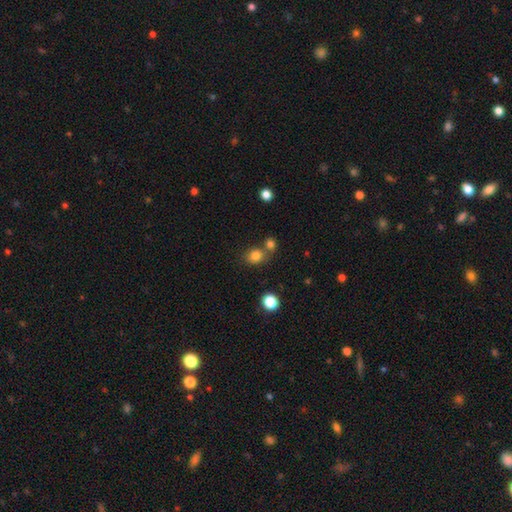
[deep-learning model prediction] A smooth galaxy with no disk features (81%) that is round (74%). Merging: none (60%).